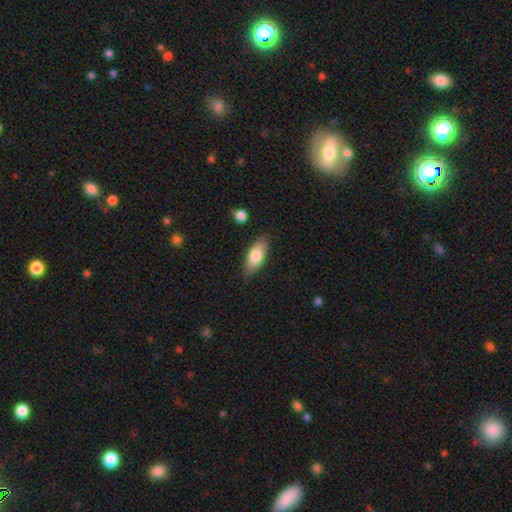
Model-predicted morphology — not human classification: Q: Smooth or featured?
A: smooth (77%); runner-up: featured or disk (17%)
Q: How rounded?
A: in between (78%); runner-up: cigar-shaped (19%)
Q: Merging?
A: none (83%); runner-up: minor disturbance (12%)